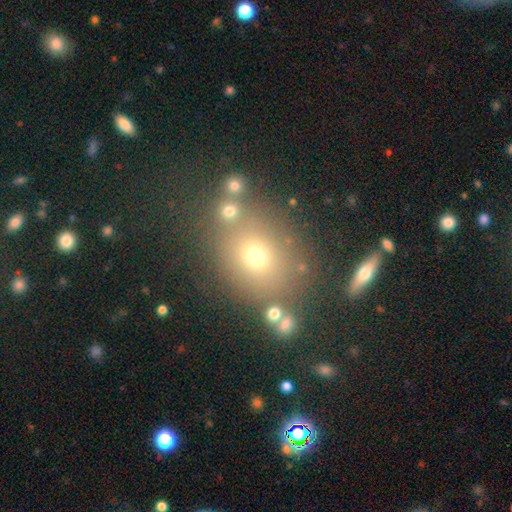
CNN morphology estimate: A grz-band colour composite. It shows a smooth galaxy with no disk features (63%) that is round (55%). Merging: none (74%).